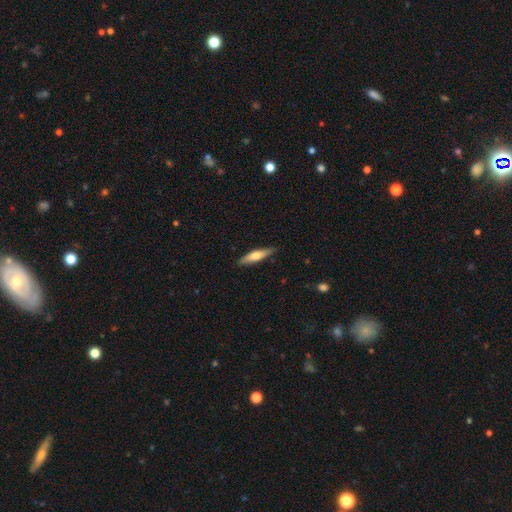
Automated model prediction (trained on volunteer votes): A smooth galaxy with no disk features (60%) that is cigar-shaped (80%). Merging: none (87%).